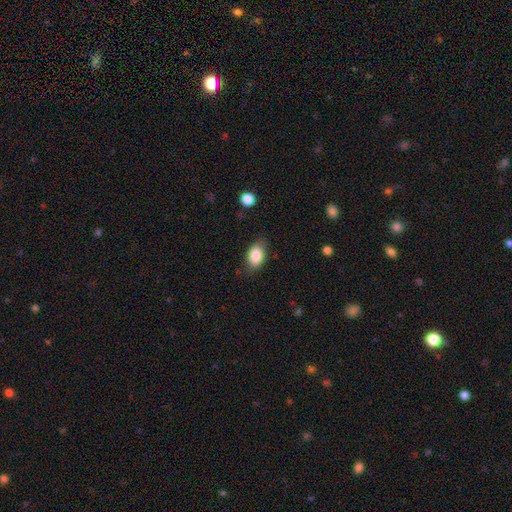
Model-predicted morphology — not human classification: A smooth galaxy with no disk features (84%) that is in between round and cigar-shaped (83%).

Vote fractions:
- Smooth or featured? smooth: 84% / featured or disk: 8% / star or artifact: 7%
- How rounded? in between: 83% / round: 16% / cigar-shaped: 1%
- Merging? none: 76% / minor disturbance: 18% / major disturbance: 5% / merger: 1%